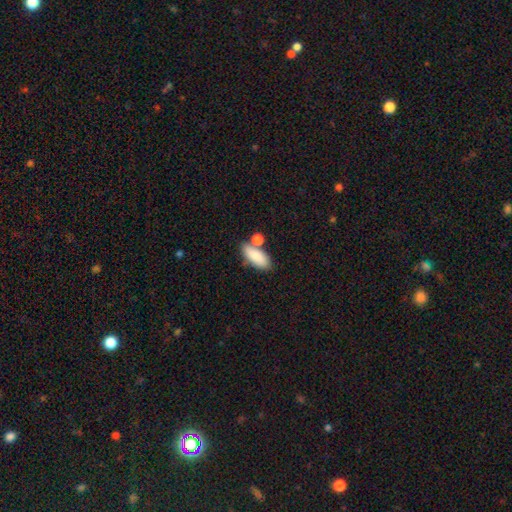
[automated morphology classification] A smooth galaxy with no disk features (84%) that is in between round and cigar-shaped (82%). Merging: none (56%).